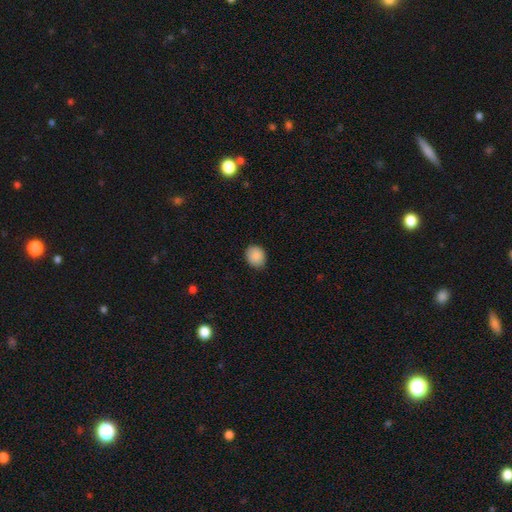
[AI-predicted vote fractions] Q: Smooth or featured?
A: smooth (88%); runner-up: star or artifact (8%)
Q: How rounded?
A: round (62%); runner-up: in between (37%)
Q: Merging?
A: none (82%); runner-up: minor disturbance (14%)